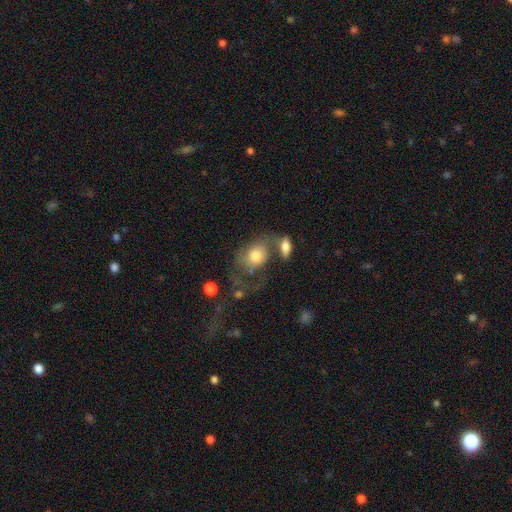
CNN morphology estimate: Smooth or featured: smooth — 63% (featured or disk — 29%)
How rounded: in between — 67% (round — 31%)
Merging: major disturbance — 32% (merger — 27%)